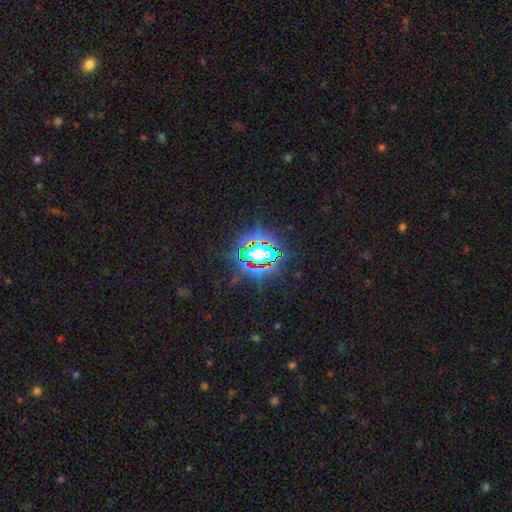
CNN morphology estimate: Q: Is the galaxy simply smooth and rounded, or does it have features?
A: star or artifact — 79%.